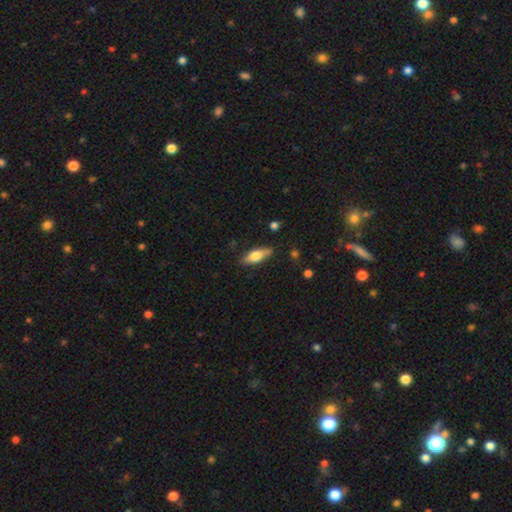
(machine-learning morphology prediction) Smooth or featured?
  - smooth: 66% *
  - featured or disk: 28%
  - star or artifact: 6%
How rounded?
  - in between: 64% *
  - cigar-shaped: 34%
  - round: 3%
Merging?
  - none: 81% *
  - minor disturbance: 15%
  - major disturbance: 3%
  - merger: 2%